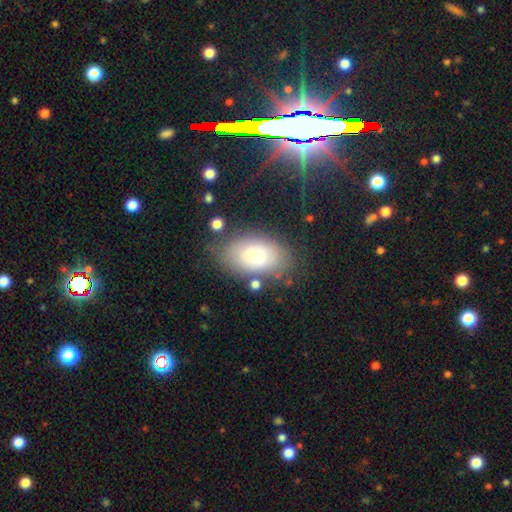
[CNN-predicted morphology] This is likely a smooth galaxy (68%). How rounded: clearly in between (91%). Merging: likely none (63%).